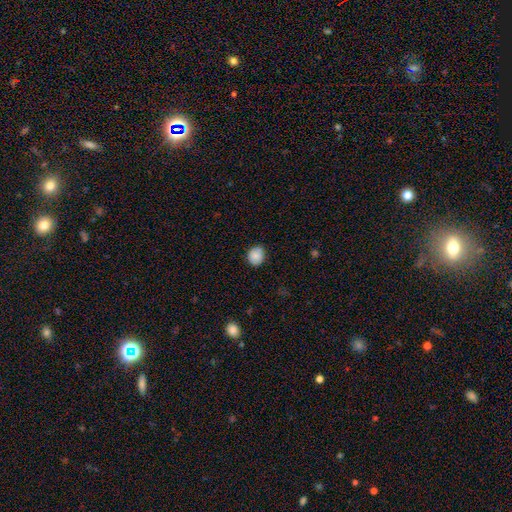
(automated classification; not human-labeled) Smooth or featured?
  - smooth: 86% *
  - star or artifact: 8%
  - featured or disk: 6%
How rounded?
  - round: 76% *
  - in between: 23%
  - cigar-shaped: 1%
Merging?
  - none: 85% *
  - minor disturbance: 12%
  - major disturbance: 2%
  - merger: 1%